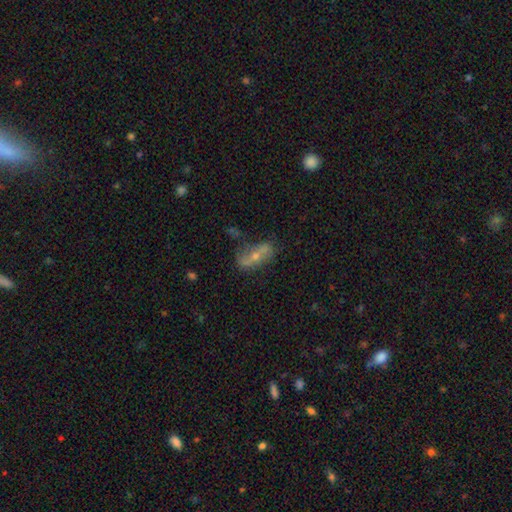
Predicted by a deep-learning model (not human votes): smooth_or_featured: featured or disk (p=0.57) [alt: smooth p=0.33]
disk_edge_on: no (p=0.82) [alt: yes p=0.18]
merging: none (p=0.62) [alt: minor disturbance p=0.21]